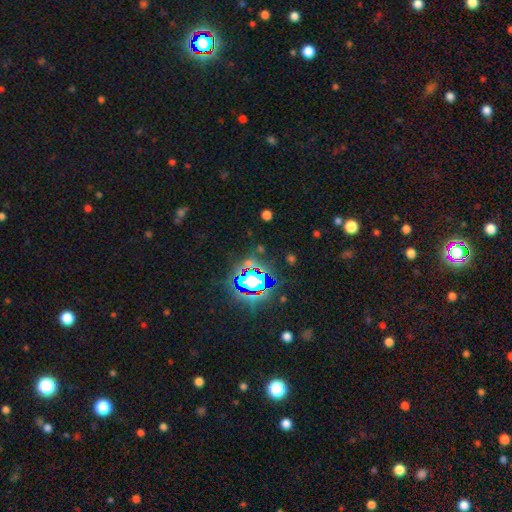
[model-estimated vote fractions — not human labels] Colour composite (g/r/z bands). It shows a star or artifact, not a galaxy (79%).